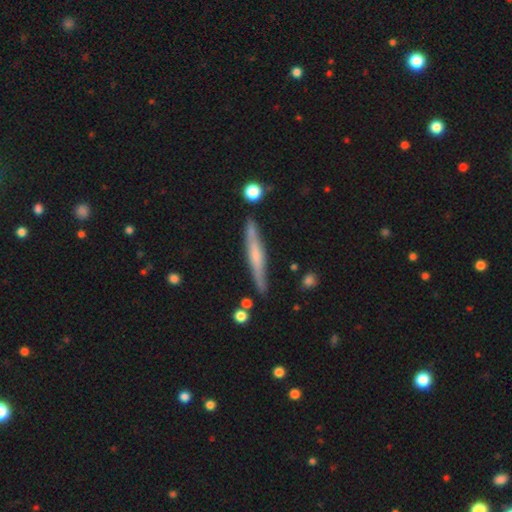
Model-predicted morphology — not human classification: Smooth or featured? featured or disk (53%)
Edge-on disk? yes (94%)
Merging? none (81%)